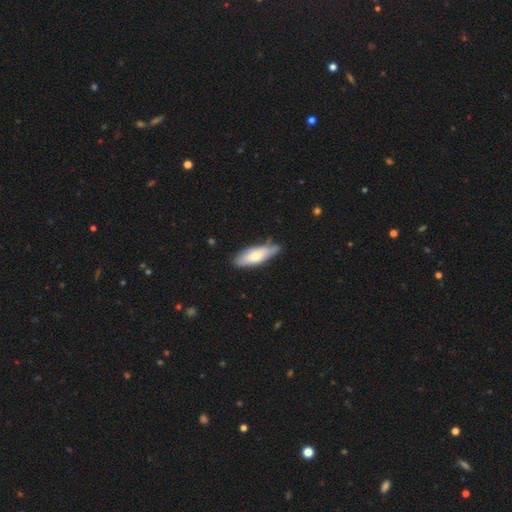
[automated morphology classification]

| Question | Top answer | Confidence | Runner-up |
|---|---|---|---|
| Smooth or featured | smooth | 63% | featured or disk (31%) |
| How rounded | in between | 58% | cigar-shaped (40%) |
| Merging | none | 71% | minor disturbance (23%) |